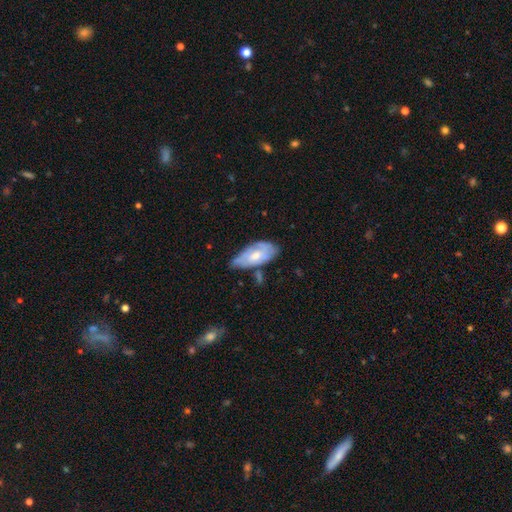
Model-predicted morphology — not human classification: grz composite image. It shows a featured or disk galaxy (48%). Merging: none (44%).